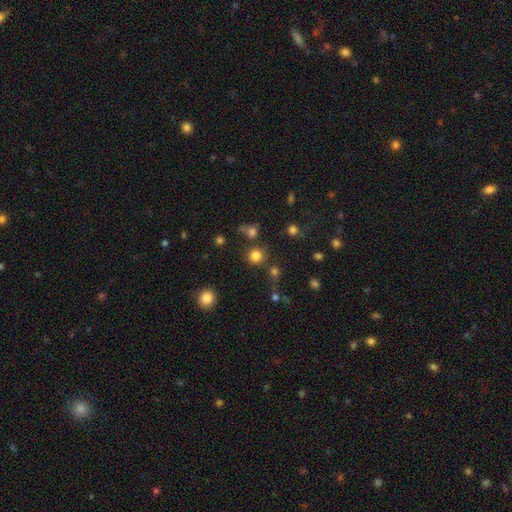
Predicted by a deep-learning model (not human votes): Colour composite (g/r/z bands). It shows a smooth galaxy with no disk features (79%) that is round (91%). Merging: none (77%).